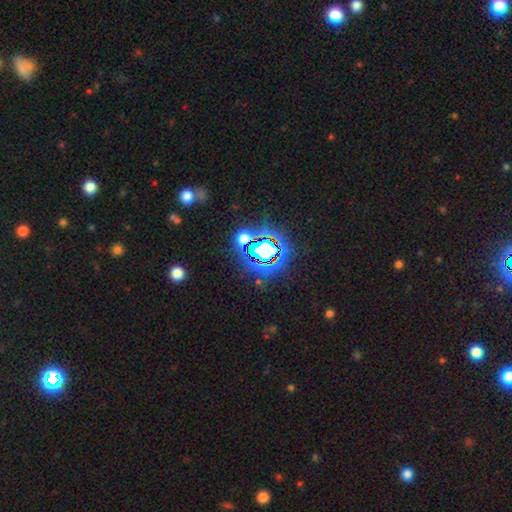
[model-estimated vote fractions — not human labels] The model was most divided on "smooth or featured": star or artifact: 72%, smooth: 17%, featured or disk: 11%.